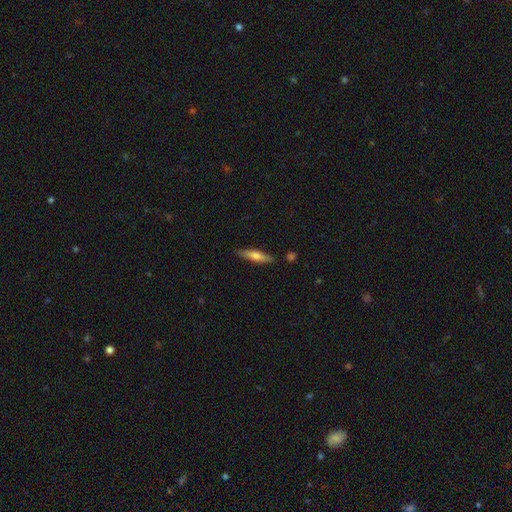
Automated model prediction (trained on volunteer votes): smooth-or-featured: smooth: 60% | featured or disk: 34% | star or artifact: 6%
  how-rounded: cigar-shaped: 80% | in between: 19% | round: 2%
  merging: none: 86% | minor disturbance: 10% | merger: 2% | major disturbance: 2%